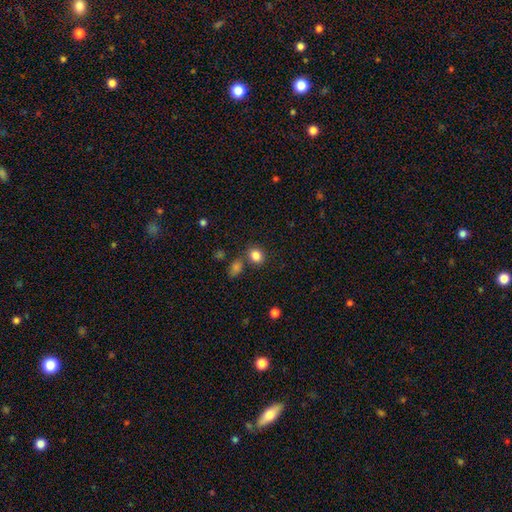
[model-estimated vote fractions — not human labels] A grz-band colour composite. It shows a smooth galaxy with no disk features (84%) that is round (65%). Merging: none (74%).